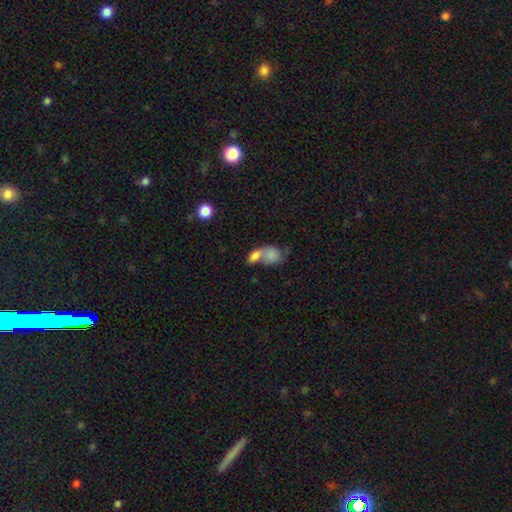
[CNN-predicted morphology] Smooth or featured?
  - smooth: 77% *
  - featured or disk: 15%
  - star or artifact: 8%
How rounded?
  - in between: 77% *
  - round: 20%
  - cigar-shaped: 3%
Merging?
  - merger: 71% *
  - none: 18%
  - minor disturbance: 7%
  - major disturbance: 5%